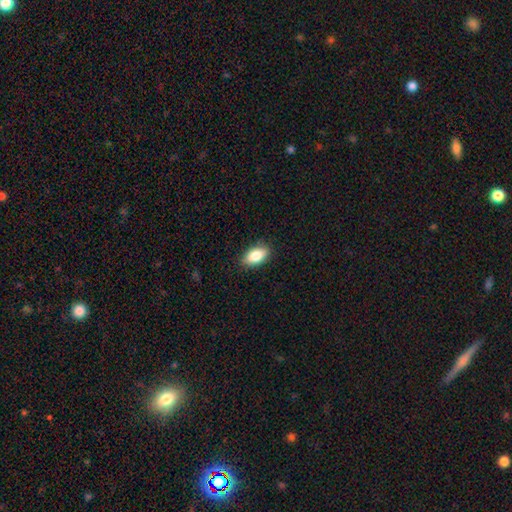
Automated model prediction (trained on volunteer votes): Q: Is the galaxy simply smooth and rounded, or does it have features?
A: smooth — 84%.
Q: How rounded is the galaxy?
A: in between — 89%.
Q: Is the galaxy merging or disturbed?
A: none — 87%.